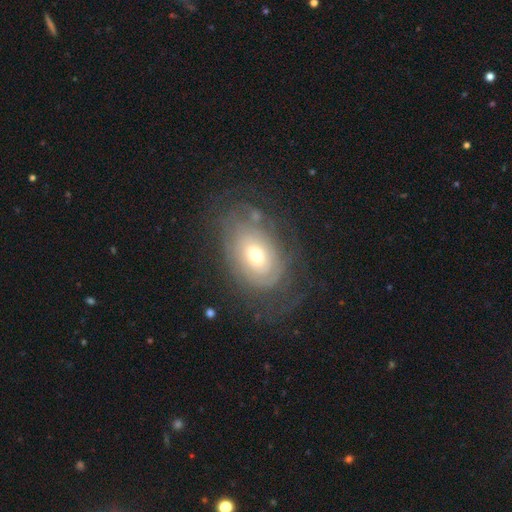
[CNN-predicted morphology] Q: Smooth or featured?
A: featured or disk (64%); runner-up: smooth (28%)
Q: Edge-on disk?
A: no (94%); runner-up: yes (6%)
Q: Bar?
A: no (81%); runner-up: weak (15%)
Q: Spiral arms?
A: yes (64%); runner-up: no (36%)
Q: Bulge size?
A: moderate (55%); runner-up: small (37%)
Q: Merging?
A: none (65%); runner-up: minor disturbance (19%)